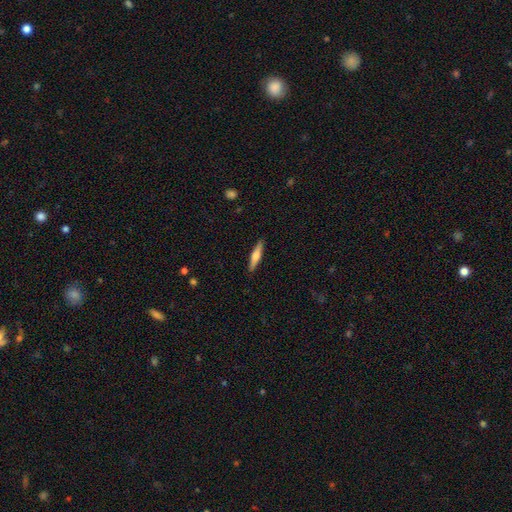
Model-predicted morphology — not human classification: Smooth or featured: smooth — 50% (featured or disk — 44%)
How rounded: cigar-shaped — 86% (in between — 12%)
Merging: none — 91% (minor disturbance — 7%)